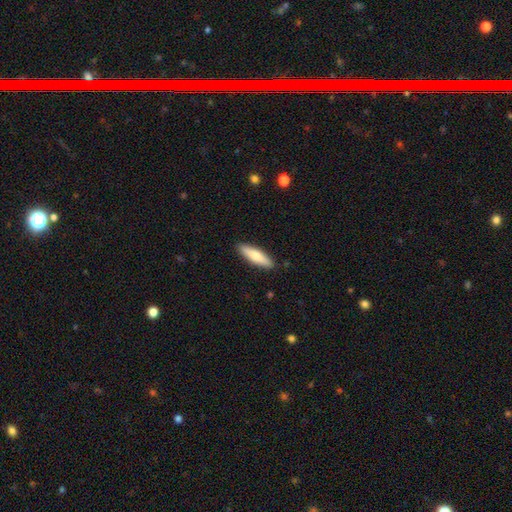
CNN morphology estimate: Overall: smooth (74%). How rounded: cigar-shaped (67%; in between 31%). Merging: none (90%).